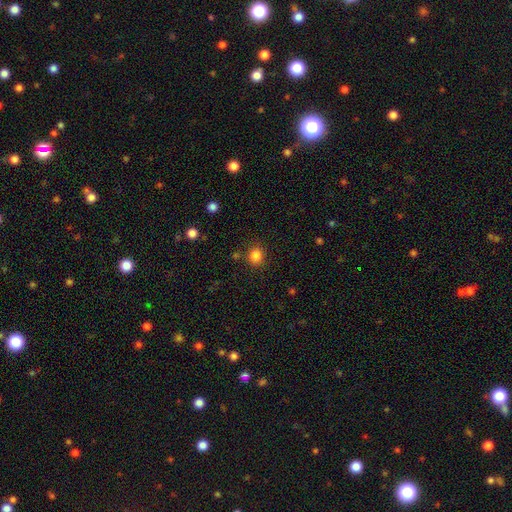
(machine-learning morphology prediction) This appears to be a smooth galaxy with no disk features (84%) that is round (78%). Merging: none (83%).